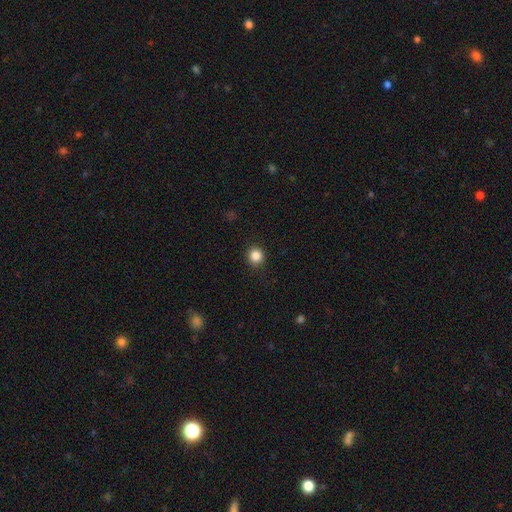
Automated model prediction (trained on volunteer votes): Smooth or featured?
  - smooth: 86% *
  - star or artifact: 10%
  - featured or disk: 3%
How rounded?
  - round: 91% *
  - in between: 8%
  - cigar-shaped: 1%
Merging?
  - none: 89% *
  - minor disturbance: 7%
  - major disturbance: 2%
  - merger: 1%